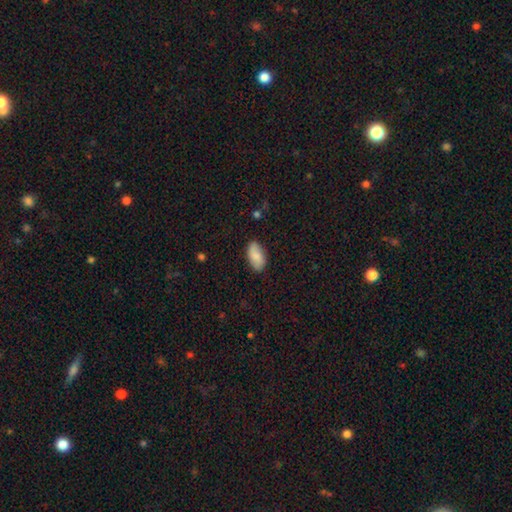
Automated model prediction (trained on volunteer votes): smooth-or-featured: smooth: 82% | featured or disk: 12% | star or artifact: 6%
  how-rounded: in between: 94% | cigar-shaped: 3% | round: 3%
  merging: none: 84% | minor disturbance: 12% | major disturbance: 2% | merger: 1%